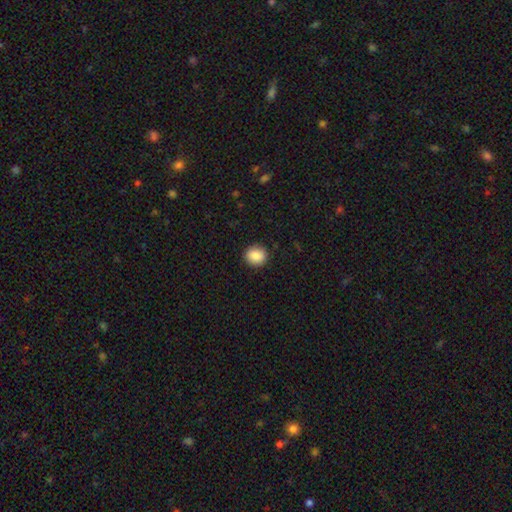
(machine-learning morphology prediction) Smooth or featured?
  - smooth: 88% *
  - star or artifact: 8%
  - featured or disk: 3%
How rounded?
  - round: 80% *
  - in between: 19%
  - cigar-shaped: 1%
Merging?
  - none: 90% *
  - minor disturbance: 7%
  - major disturbance: 2%
  - merger: 1%